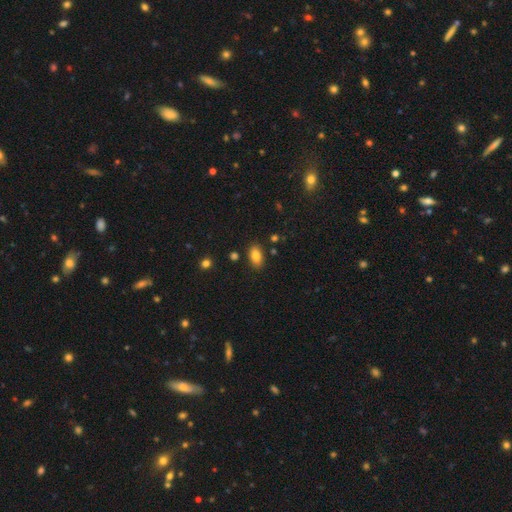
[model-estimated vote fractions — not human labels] Smooth or featured? Predicted: smooth (p=0.85). How rounded? Predicted: in between (p=0.91). Merging? Predicted: none (p=0.85).